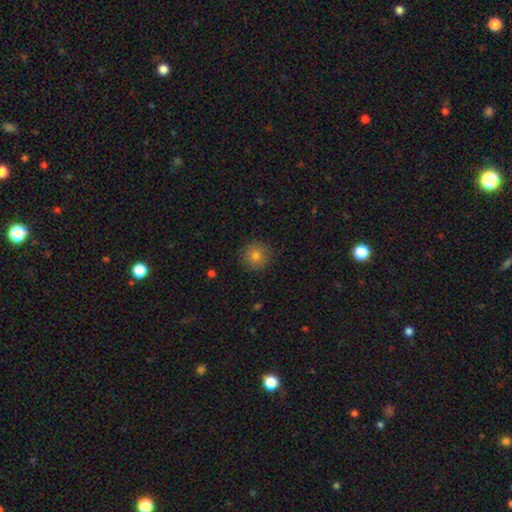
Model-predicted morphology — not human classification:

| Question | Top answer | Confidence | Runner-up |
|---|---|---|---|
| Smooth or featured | smooth | 78% | star or artifact (12%) |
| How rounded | round | 95% | in between (4%) |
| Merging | none | 89% | minor disturbance (8%) |